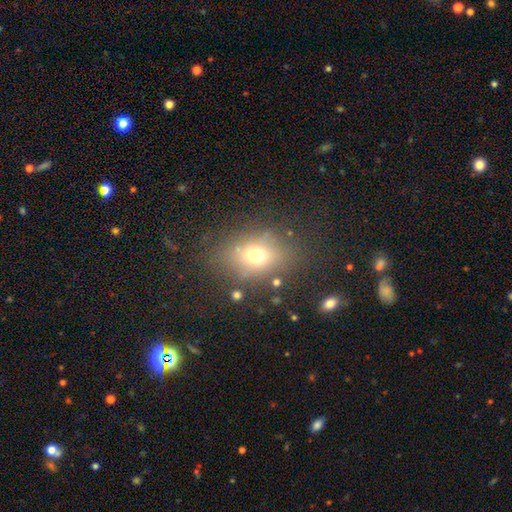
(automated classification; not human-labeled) Smooth or featured? Predicted: smooth (p=0.64). How rounded? Predicted: in between (p=0.57). Merging? Predicted: none (p=0.72).